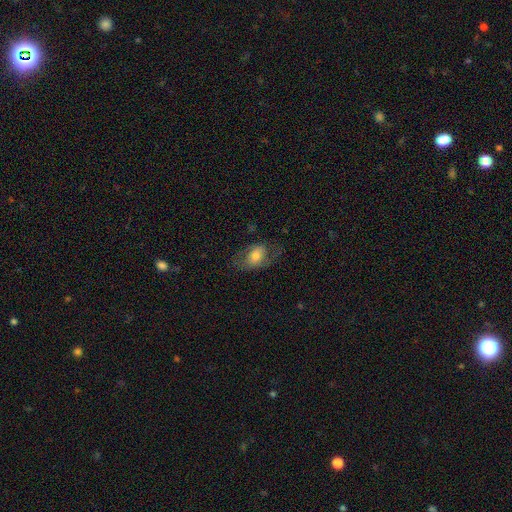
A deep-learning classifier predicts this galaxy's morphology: type=smooth (55%); roundness=in between (81%); merging=none (59%).